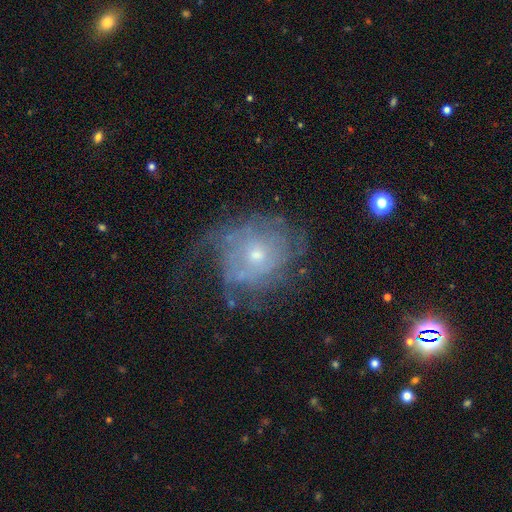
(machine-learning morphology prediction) type=featured or disk (70%); edge-on=no (97%); bar=no (82%); spiral arms=yes (72%); bulge=small (60%); merging=none (44%).